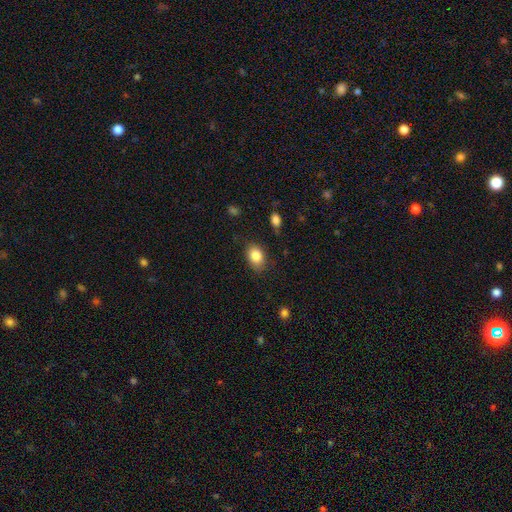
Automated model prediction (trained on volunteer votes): Morphology: type=smooth (84%); roundness=in between (74%); merging=none (80%).